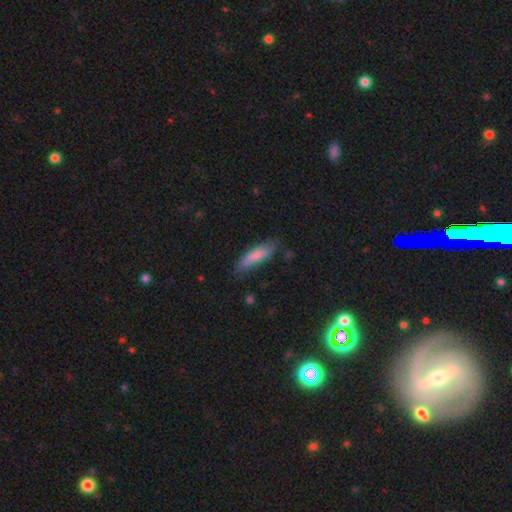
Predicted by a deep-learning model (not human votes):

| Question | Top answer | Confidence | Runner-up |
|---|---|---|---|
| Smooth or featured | smooth | 81% | featured or disk (13%) |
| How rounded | cigar-shaped | 65% | in between (34%) |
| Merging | none | 69% | minor disturbance (24%) |